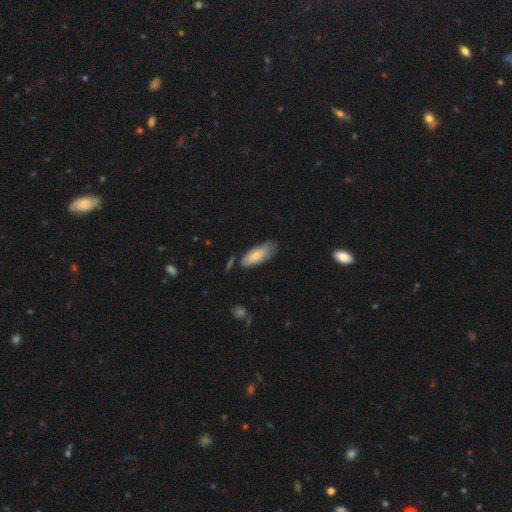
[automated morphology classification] smooth 74%, featured or disk 21%, star or artifact 6%. Down the decision tree: how rounded — in between (76%); merging — none (66%).